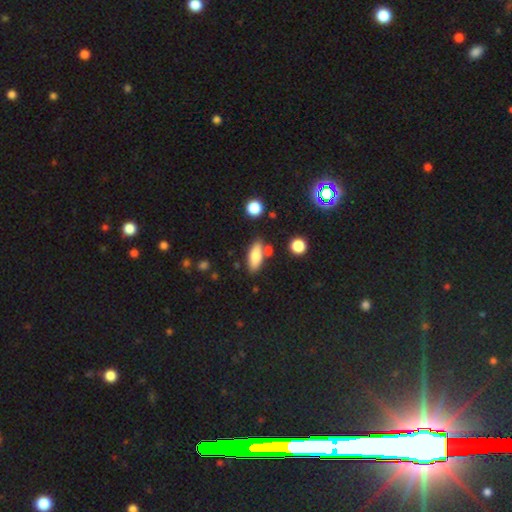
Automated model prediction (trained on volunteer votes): A smooth galaxy with no disk features (78%) that is in between round and cigar-shaped (75%).

Vote fractions:
- Smooth or featured? smooth: 78% / featured or disk: 15% / star or artifact: 8%
- How rounded? in between: 75% / cigar-shaped: 22% / round: 3%
- Merging? none: 73% / minor disturbance: 13% / merger: 11% / major disturbance: 3%